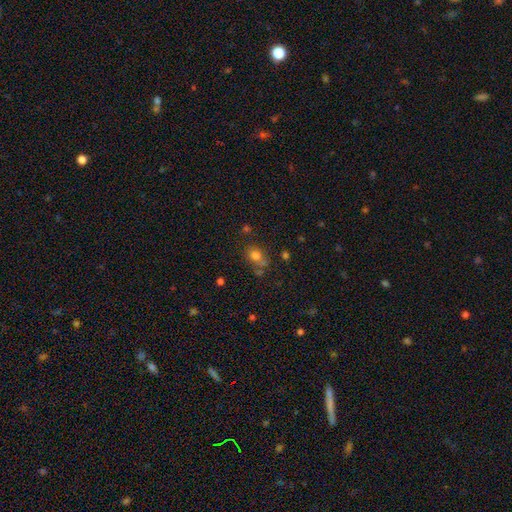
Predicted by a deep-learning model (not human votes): Morphology: type=smooth (75%); roundness=in between (52%); merging=none (56%).